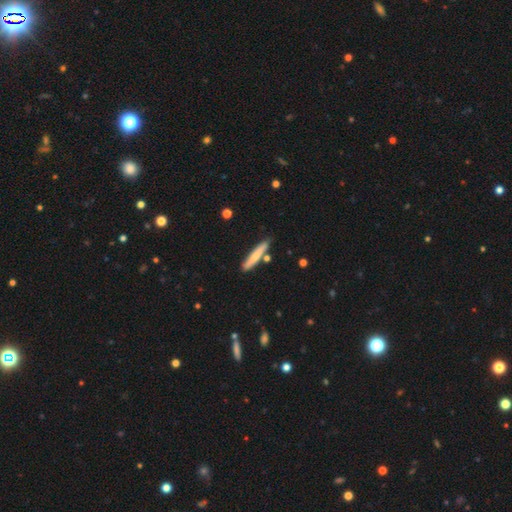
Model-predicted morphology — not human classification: This is likely a smooth galaxy (70%). How rounded: clearly cigar-shaped (92%). Merging: clearly none (81%).